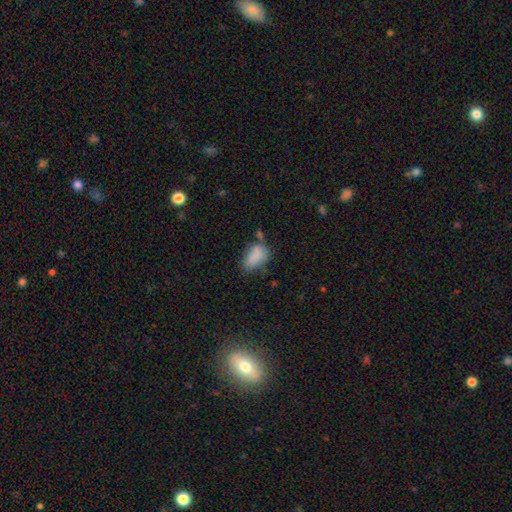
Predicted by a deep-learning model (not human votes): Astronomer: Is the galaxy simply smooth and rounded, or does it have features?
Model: smooth — 83%.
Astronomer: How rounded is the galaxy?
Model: in between — 90%.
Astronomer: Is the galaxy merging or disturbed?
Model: none — 48% (runner-up: minor disturbance, 31%).